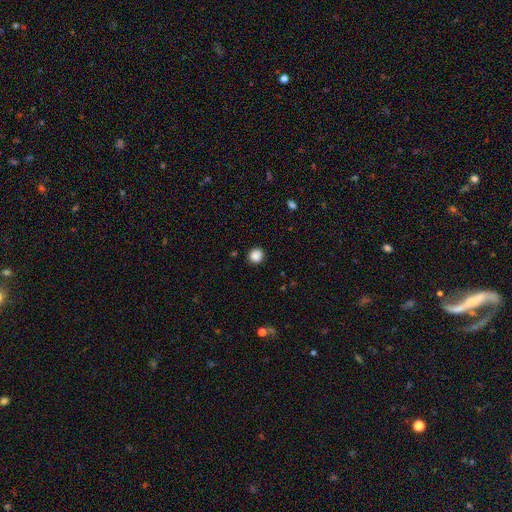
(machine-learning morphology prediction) A smooth galaxy with no disk features (87%) that is round (91%).

Vote fractions:
- Smooth or featured? smooth: 87% / star or artifact: 10% / featured or disk: 3%
- How rounded? round: 91% / in between: 8% / cigar-shaped: 1%
- Merging? none: 88% / minor disturbance: 8% / major disturbance: 2% / merger: 1%